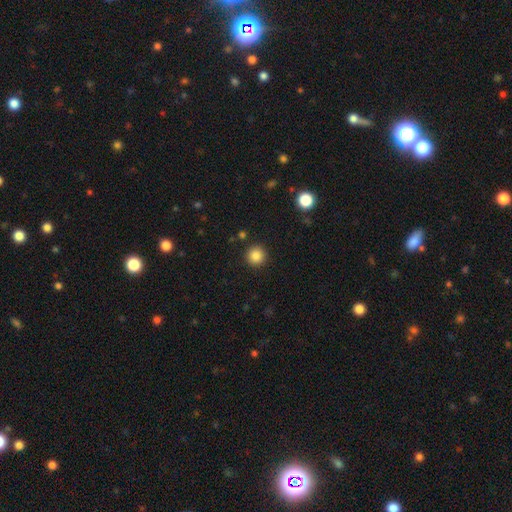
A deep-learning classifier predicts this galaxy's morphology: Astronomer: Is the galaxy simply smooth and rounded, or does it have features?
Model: smooth — 85%.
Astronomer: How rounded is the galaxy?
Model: round — 95%.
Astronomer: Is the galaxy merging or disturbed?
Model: none — 91%.